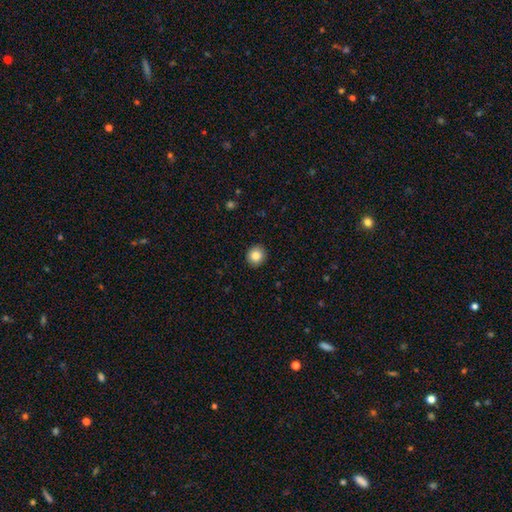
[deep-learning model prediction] Smooth or featured?
  - smooth: 85% *
  - star or artifact: 9%
  - featured or disk: 6%
How rounded?
  - round: 87% *
  - in between: 13%
  - cigar-shaped: 1%
Merging?
  - none: 92% *
  - minor disturbance: 6%
  - major disturbance: 2%
  - merger: 1%